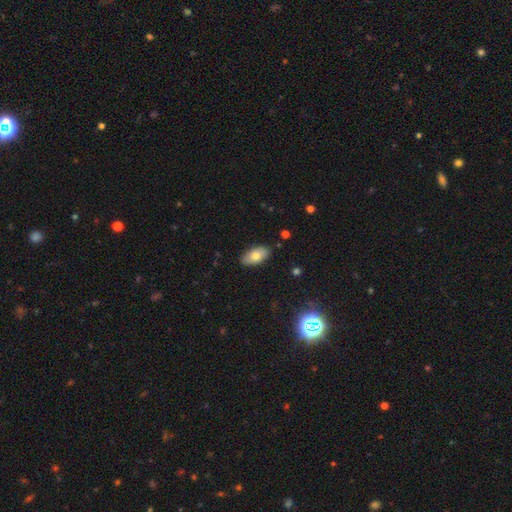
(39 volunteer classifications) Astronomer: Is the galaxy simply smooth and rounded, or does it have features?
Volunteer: smooth — 67%.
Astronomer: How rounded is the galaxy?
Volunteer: in between — 88%.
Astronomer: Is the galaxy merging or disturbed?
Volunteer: none — 89%.